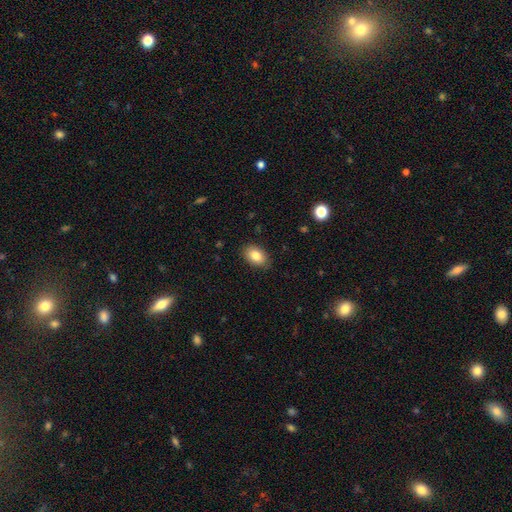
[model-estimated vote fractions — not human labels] smooth 84%, featured or disk 9%, star or artifact 8%. Down the decision tree: how rounded — in between (86%); merging — none (85%).